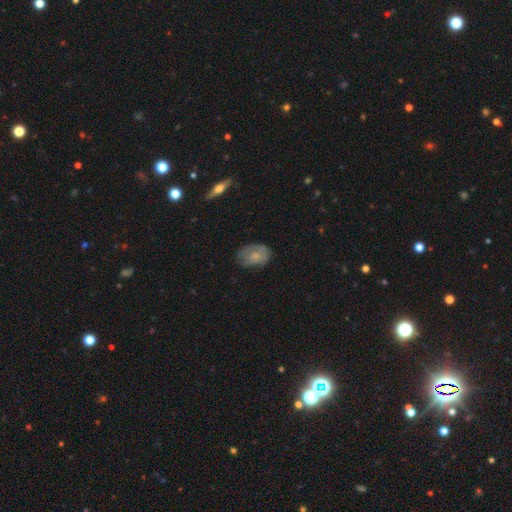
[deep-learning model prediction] Overall: smooth (64%; featured or disk 29%). How rounded: in between (84%). Merging: none (62%; minor disturbance 28%).